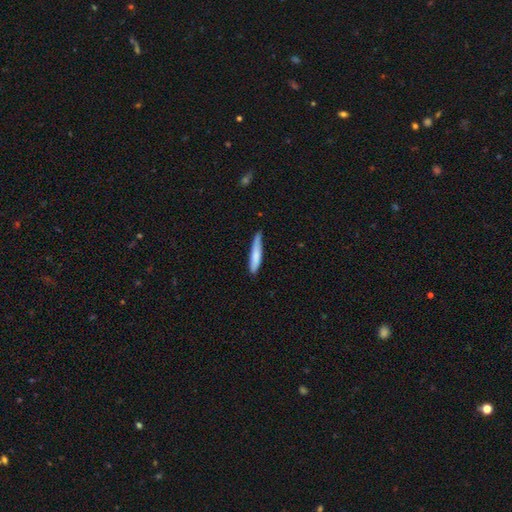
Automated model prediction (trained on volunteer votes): The model was most divided on "merging": none: 71%, minor disturbance: 24%, major disturbance: 3%, merger: 2%. More confident: how rounded — cigar-shaped (89%); smooth or featured — smooth (77%).